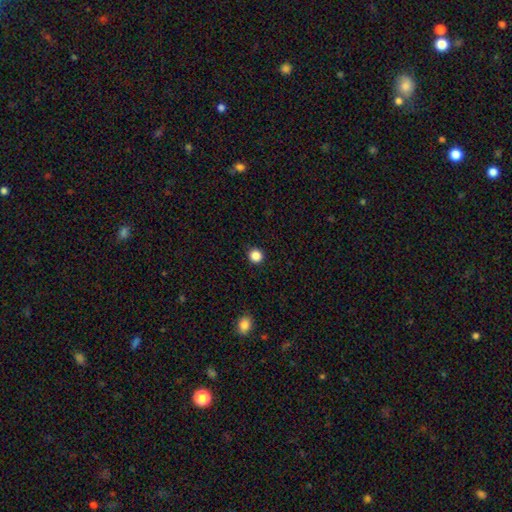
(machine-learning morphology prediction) Smooth or featured: smooth — 87% (star or artifact — 11%)
How rounded: round — 93% (in between — 6%)
Merging: none — 93% (minor disturbance — 5%)